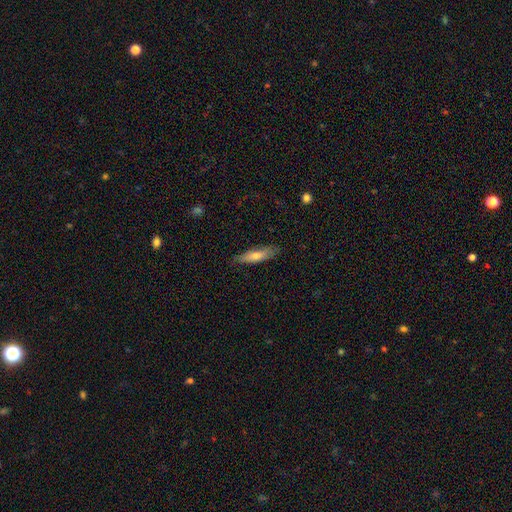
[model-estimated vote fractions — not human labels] This appears to be a smooth galaxy with no disk features (66%) that is cigar-shaped (72%). Merging: none (82%).